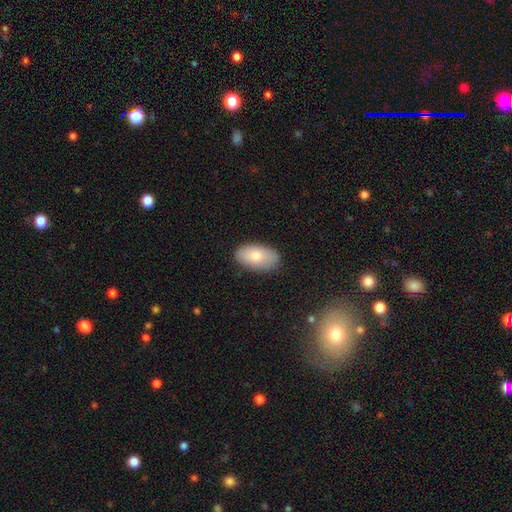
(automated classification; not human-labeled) Smooth or featured: smooth — 76% (featured or disk — 17%)
How rounded: in between — 93% (round — 5%)
Merging: none — 84% (minor disturbance — 12%)